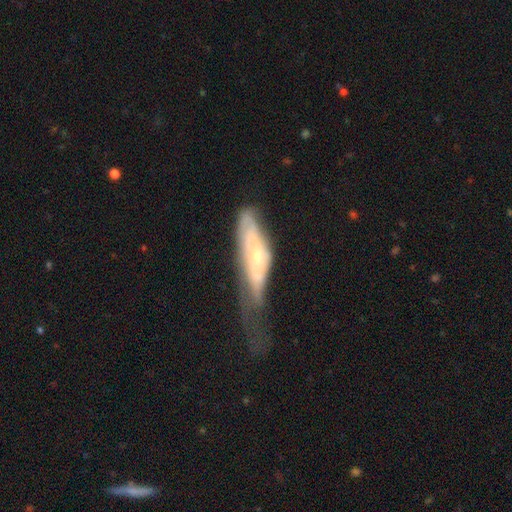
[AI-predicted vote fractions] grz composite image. It shows a featured or disk galaxy (55%). Merging: major disturbance (46%).